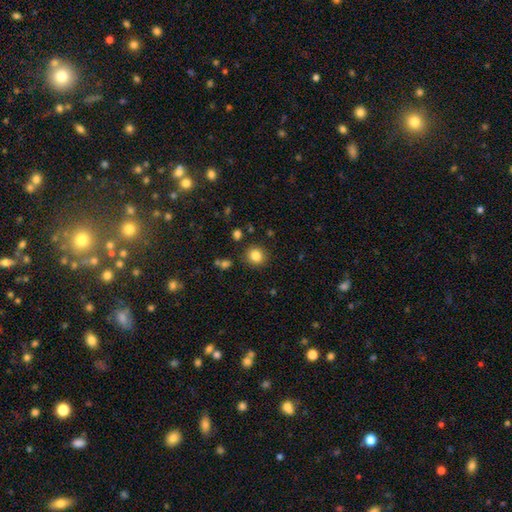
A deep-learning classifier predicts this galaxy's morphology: smooth 83%, star or artifact 11%, featured or disk 5%. Down the decision tree: how rounded — round (89%); merging — none (87%).